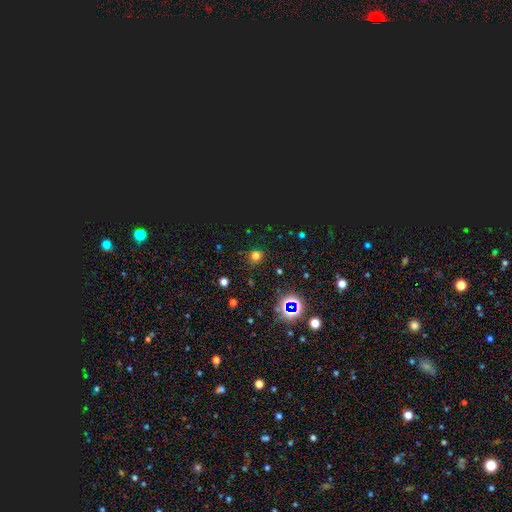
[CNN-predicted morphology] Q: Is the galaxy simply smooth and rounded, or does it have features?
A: smooth — 63%.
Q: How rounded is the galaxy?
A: round — 87%.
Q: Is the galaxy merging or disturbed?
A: none — 87%.